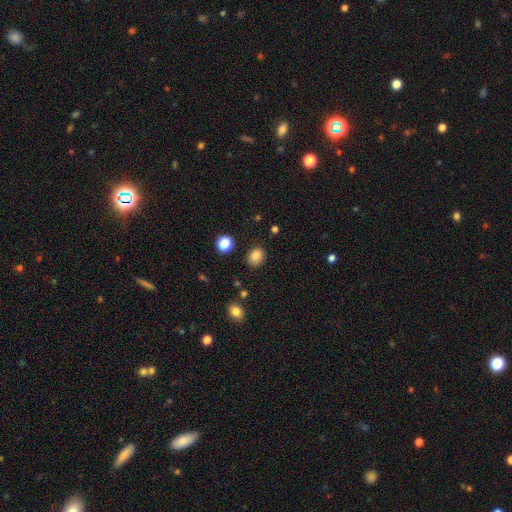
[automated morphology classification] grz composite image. It shows a smooth galaxy with no disk features (84%) that is in between round and cigar-shaped (53%). Merging: none (85%).